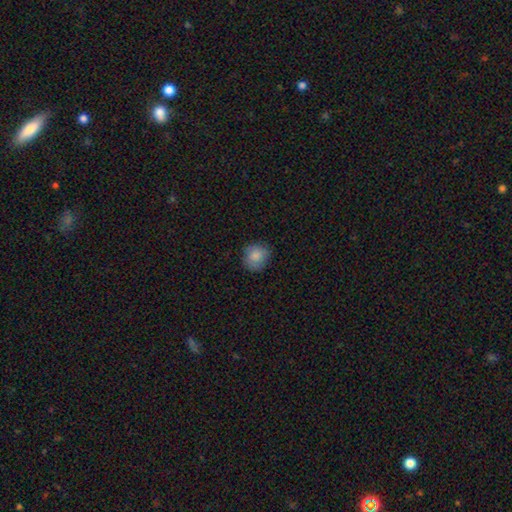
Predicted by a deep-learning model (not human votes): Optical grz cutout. It shows a smooth galaxy with no disk features (85%) that is round (83%). Merging: none (81%).